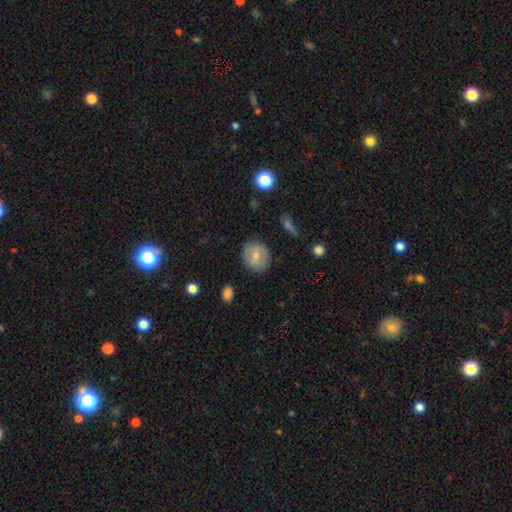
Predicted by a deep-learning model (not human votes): The model was most divided on "smooth or featured": smooth: 62%, featured or disk: 31%, star or artifact: 8%. More confident: merging — none (83%); how rounded — round (72%).